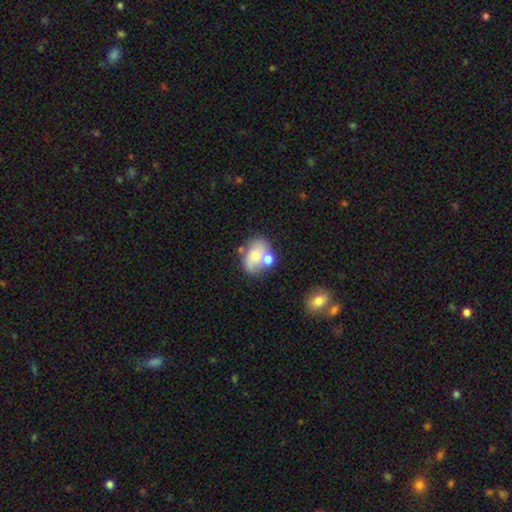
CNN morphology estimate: smooth-or-featured: smooth: 55% | featured or disk: 36% | star or artifact: 9%
  how-rounded: in between: 67% | round: 31% | cigar-shaped: 1%
  merging: none: 40% | merger: 33% | minor disturbance: 18% | major disturbance: 8%